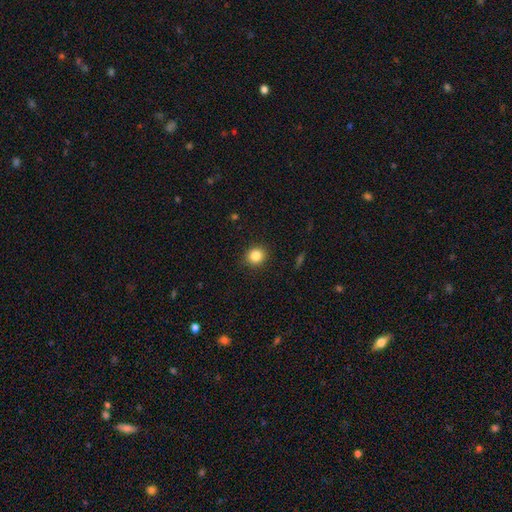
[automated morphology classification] Smooth or featured? smooth (85%)
How rounded? round (85%)
Merging? none (90%)